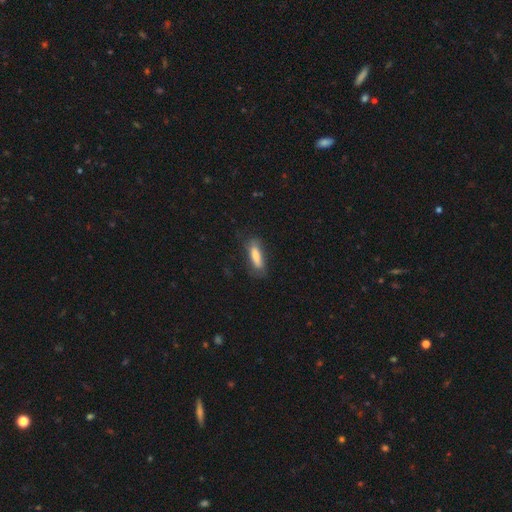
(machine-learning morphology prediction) Q: Smooth or featured?
A: smooth (76%); runner-up: featured or disk (17%)
Q: How rounded?
A: cigar-shaped (58%); runner-up: in between (41%)
Q: Merging?
A: none (70%); runner-up: minor disturbance (21%)